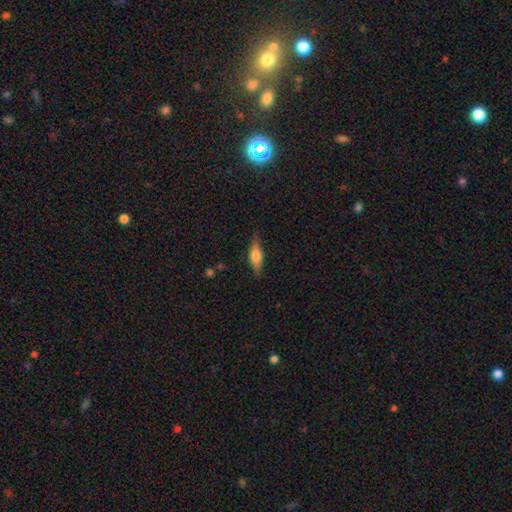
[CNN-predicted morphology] Smooth or featured: smooth — 54% (featured or disk — 38%)
How rounded: in between — 57% (cigar-shaped — 39%)
Merging: none — 80% (minor disturbance — 15%)